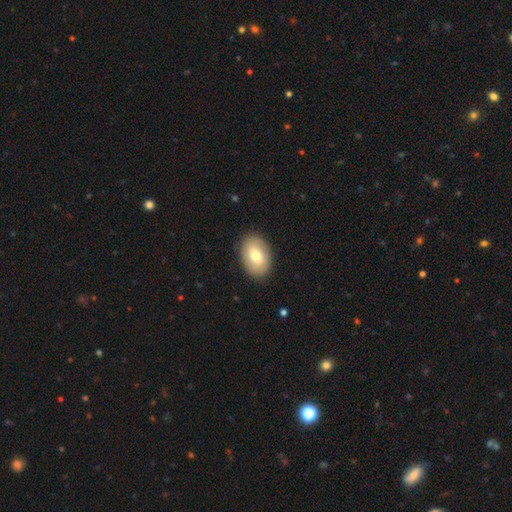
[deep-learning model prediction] Morphology: type=smooth (72%); roundness=in between (85%); merging=none (88%).